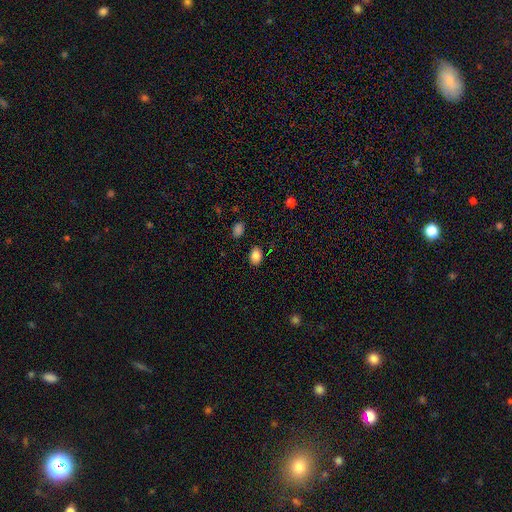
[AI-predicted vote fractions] A smooth galaxy with no disk features (86%) that is in between round and cigar-shaped (75%).

Vote fractions:
- Smooth or featured? smooth: 86% / star or artifact: 9% / featured or disk: 5%
- How rounded? in between: 75% / round: 24% / cigar-shaped: 1%
- Merging? none: 86% / minor disturbance: 10% / major disturbance: 2% / merger: 2%